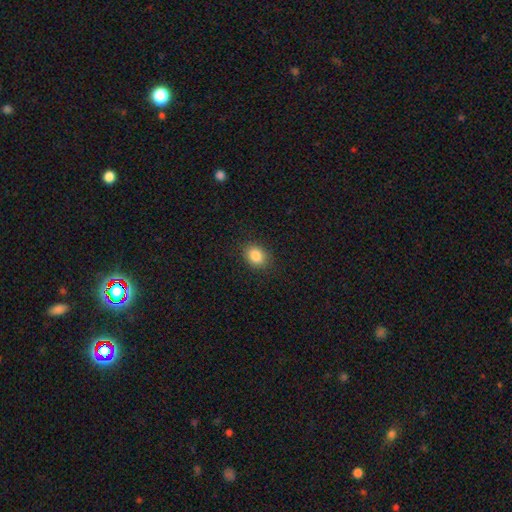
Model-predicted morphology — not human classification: Smooth or featured?
  - smooth: 86% *
  - star or artifact: 9%
  - featured or disk: 5%
How rounded?
  - in between: 53% *
  - round: 45%
  - cigar-shaped: 1%
Merging?
  - none: 87% *
  - minor disturbance: 9%
  - major disturbance: 3%
  - merger: 1%